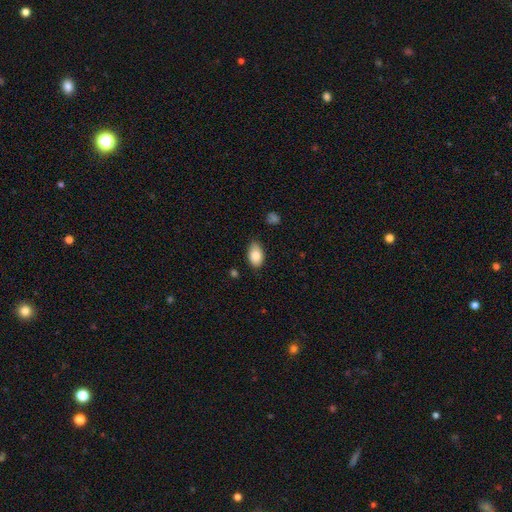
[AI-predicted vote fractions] Overall: smooth (86%). How rounded: in between (92%). Merging: none (77%).